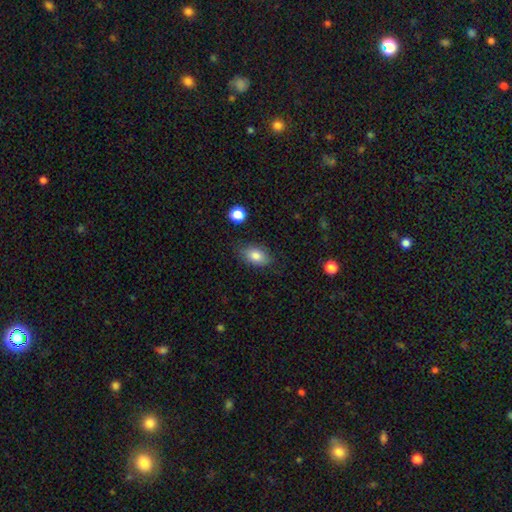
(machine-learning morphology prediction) Smooth or featured? Predicted: smooth (p=0.82). How rounded? Predicted: in between (p=0.88). Merging? Predicted: none (p=0.81).